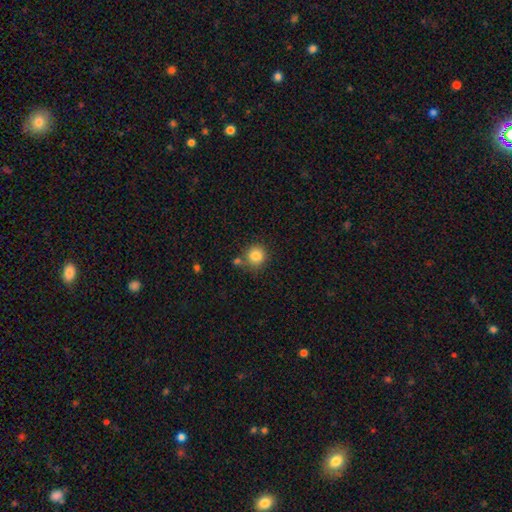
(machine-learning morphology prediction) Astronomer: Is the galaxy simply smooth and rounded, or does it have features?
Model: smooth — 84%.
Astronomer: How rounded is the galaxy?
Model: round — 89%.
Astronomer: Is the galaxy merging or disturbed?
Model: none — 70%.